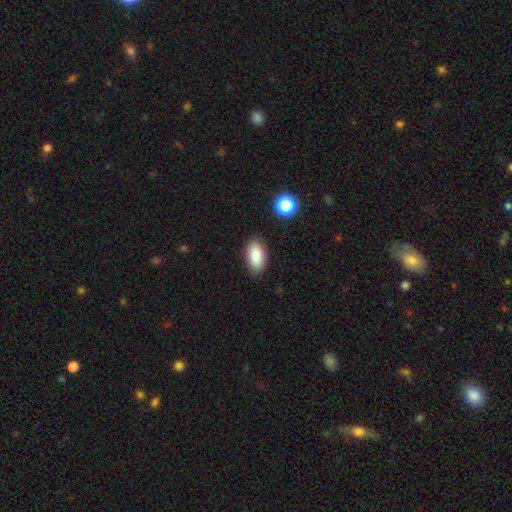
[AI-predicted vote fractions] smooth 85%, star or artifact 8%, featured or disk 7%. Down the decision tree: how rounded — in between (92%); merging — none (86%).